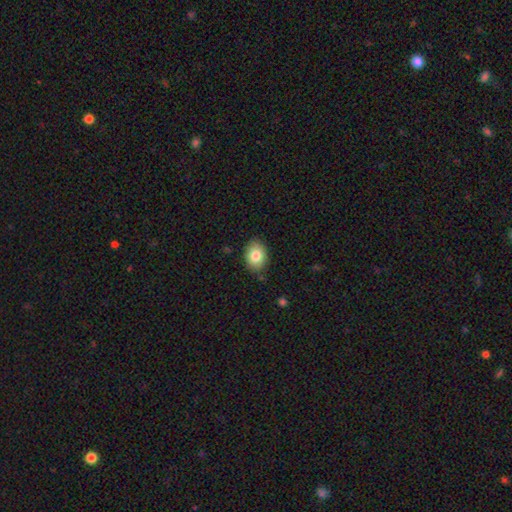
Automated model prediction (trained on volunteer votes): Smooth or featured?
  - smooth: 82% *
  - featured or disk: 10%
  - star or artifact: 8%
How rounded?
  - in between: 72% *
  - round: 27%
  - cigar-shaped: 1%
Merging?
  - none: 84% *
  - minor disturbance: 12%
  - major disturbance: 2%
  - merger: 2%